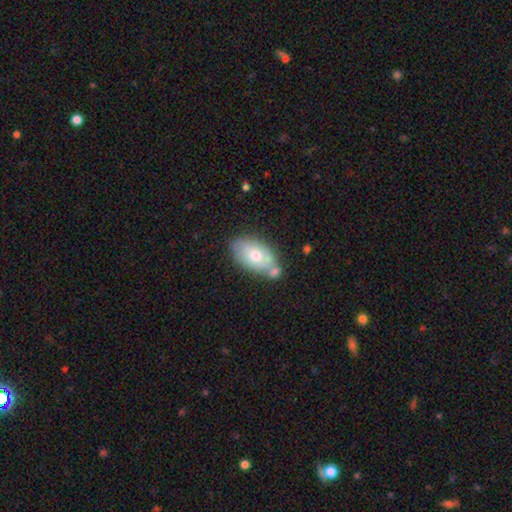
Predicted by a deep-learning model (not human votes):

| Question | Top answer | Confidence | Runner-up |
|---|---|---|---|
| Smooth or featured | smooth | 63% | featured or disk (31%) |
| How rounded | in between | 91% | round (7%) |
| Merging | none | 53% | merger (23%) |